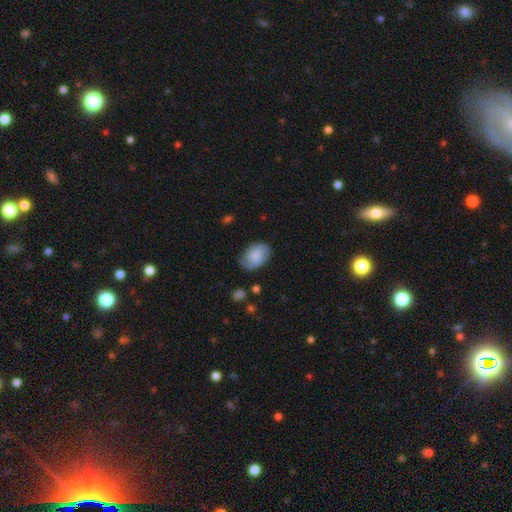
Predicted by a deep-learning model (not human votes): smooth 59%, featured or disk 33%, star or artifact 8%. Down the decision tree: how rounded — in between (84%); merging — none (70%).